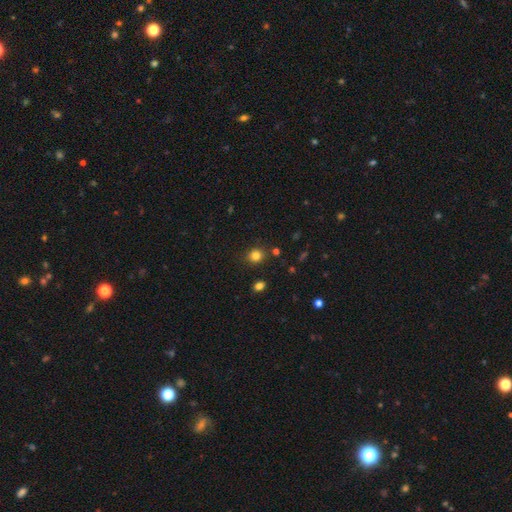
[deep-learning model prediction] smooth-or-featured: smooth: 81% | star or artifact: 14% | featured or disk: 5%
  how-rounded: round: 80% | in between: 19% | cigar-shaped: 1%
  merging: none: 86% | minor disturbance: 9% | merger: 3% | major disturbance: 3%